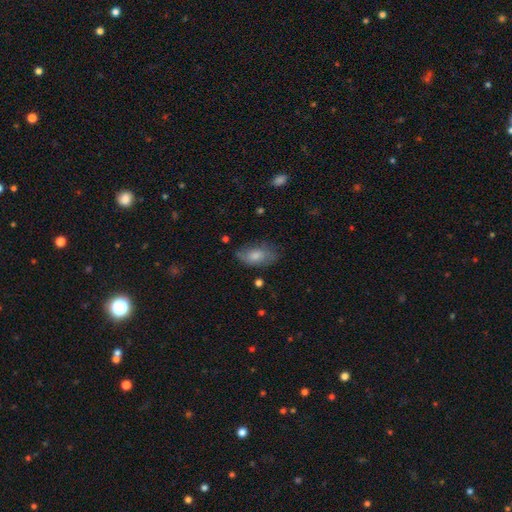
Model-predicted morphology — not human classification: Q: Smooth or featured?
A: smooth (75%); runner-up: featured or disk (18%)
Q: How rounded?
A: in between (92%); runner-up: round (6%)
Q: Merging?
A: none (62%); runner-up: minor disturbance (26%)